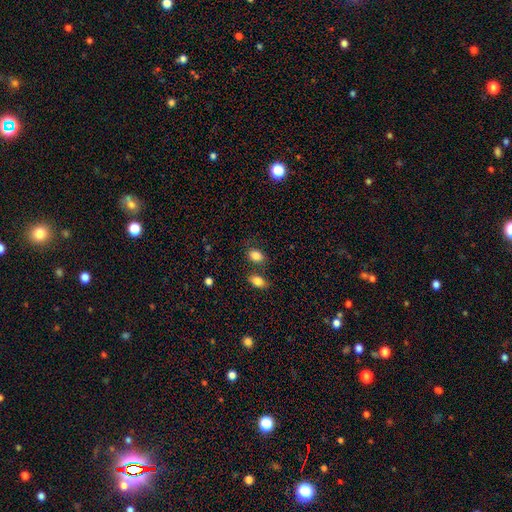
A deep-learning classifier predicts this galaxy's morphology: This is clearly a smooth galaxy (85%). How rounded: likely in between (71%). Merging: likely none (69%).